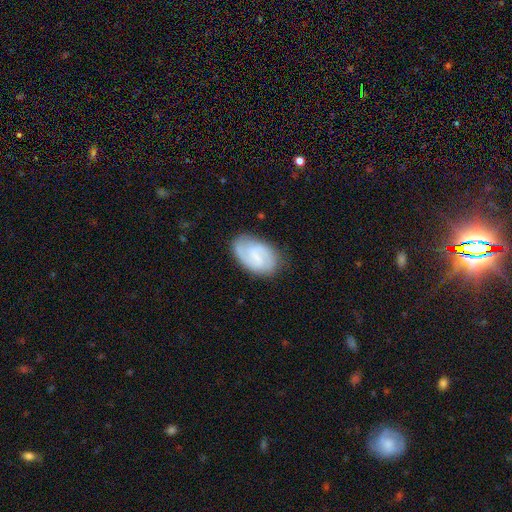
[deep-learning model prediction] Overall: featured or disk (73%). Edge-on disk: no (97%). Bar: weak (54%; no 33%). Spiral arms: yes (95%). Spiral arm count: 2 (68%). Spiral winding: medium (45%; tight 40%). Bulge size: small (48%; none 37%). Merging: none (78%).